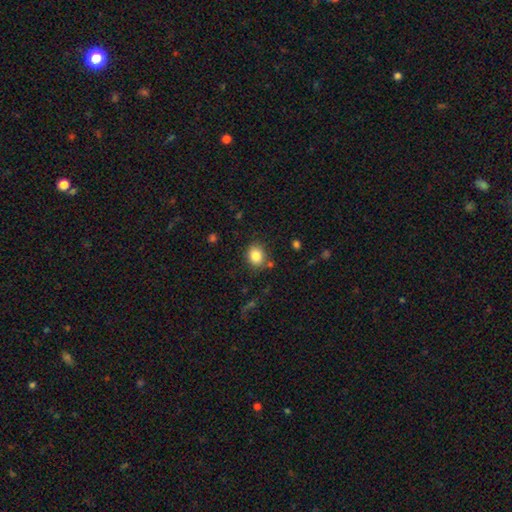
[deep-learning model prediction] This is clearly a smooth galaxy (84%). How rounded: possibly round (55%). Merging: clearly none (81%).